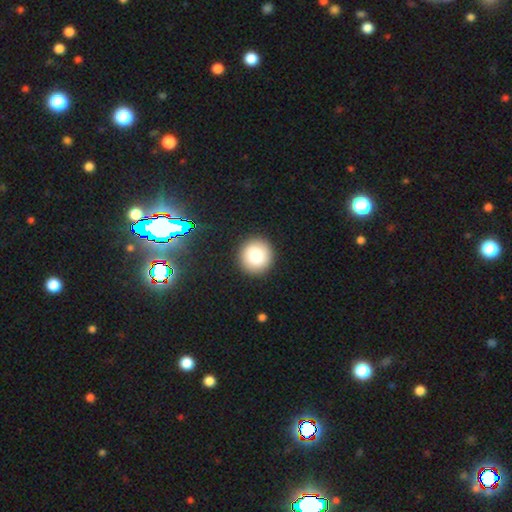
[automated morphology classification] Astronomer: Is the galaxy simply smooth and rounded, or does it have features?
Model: smooth — 82%.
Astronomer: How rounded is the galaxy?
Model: round — 93%.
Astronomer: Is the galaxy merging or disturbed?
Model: none — 91%.